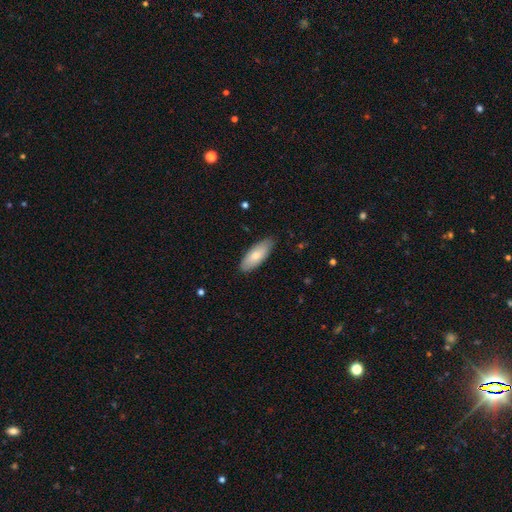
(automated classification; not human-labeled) smooth 74%, featured or disk 21%, star or artifact 5%. Down the decision tree: how rounded — in between (81%); merging — none (82%).